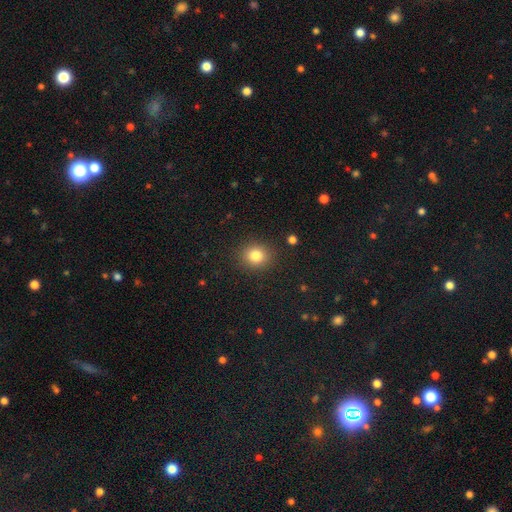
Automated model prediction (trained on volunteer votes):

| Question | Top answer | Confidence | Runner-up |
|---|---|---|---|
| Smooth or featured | smooth | 82% | star or artifact (12%) |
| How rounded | round | 77% | in between (22%) |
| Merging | none | 88% | minor disturbance (8%) |